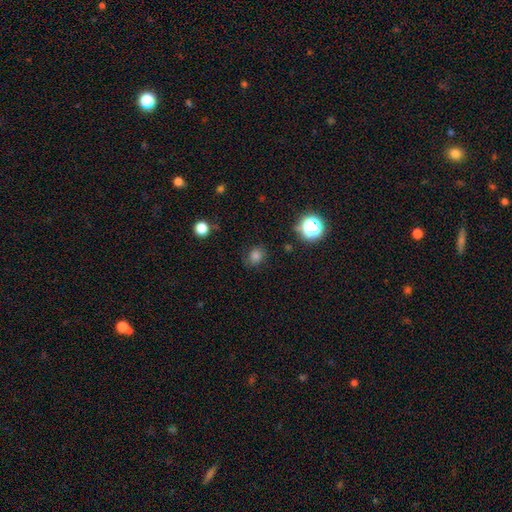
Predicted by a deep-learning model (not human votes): This appears to be a smooth galaxy with no disk features (77%) that is round (69%). Merging: none (79%).